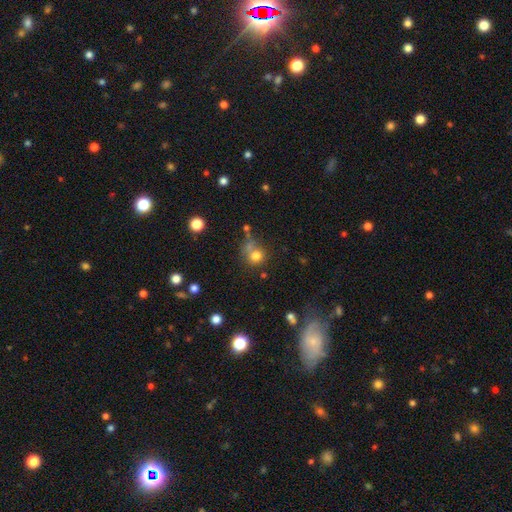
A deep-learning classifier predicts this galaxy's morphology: Smooth or featured? Predicted: smooth (p=0.75). How rounded? Predicted: round (p=0.85). Merging? Predicted: none (p=0.50).